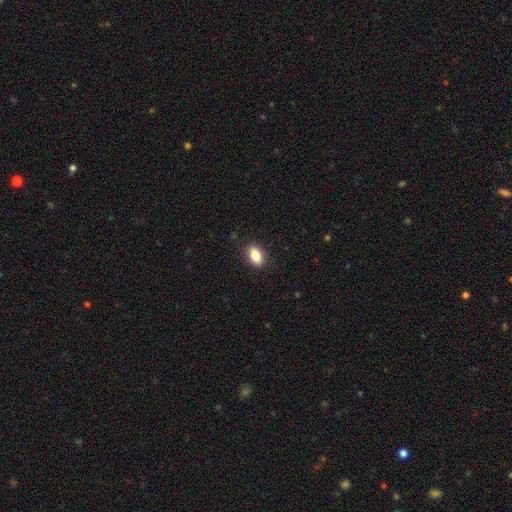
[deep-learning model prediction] smooth 82%, featured or disk 10%, star or artifact 8%. Down the decision tree: how rounded — in between (86%); merging — none (88%).